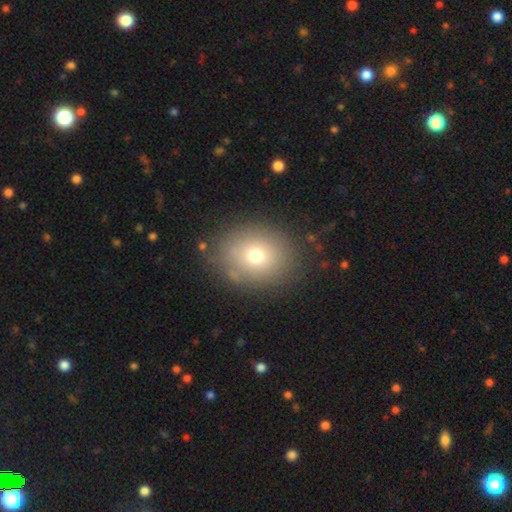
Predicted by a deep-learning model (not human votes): Smooth or featured? Predicted: smooth (p=0.71). How rounded? Predicted: round (p=0.54). Merging? Predicted: none (p=0.82).